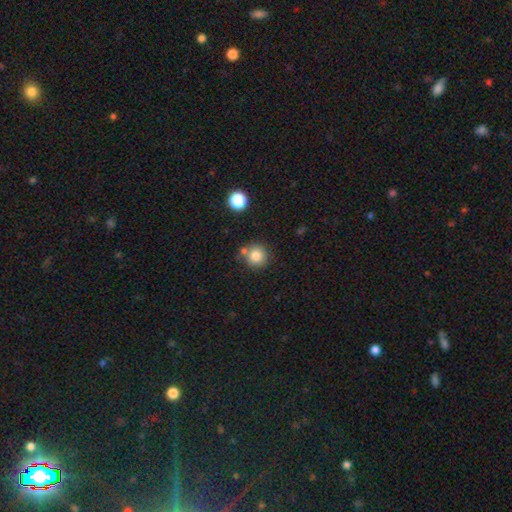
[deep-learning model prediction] A smooth galaxy with no disk features (82%) that is round (92%).

Vote fractions:
- Smooth or featured? smooth: 82% / star or artifact: 11% / featured or disk: 7%
- How rounded? round: 92% / in between: 7% / cigar-shaped: 1%
- Merging? none: 72% / merger: 15% / minor disturbance: 11% / major disturbance: 3%